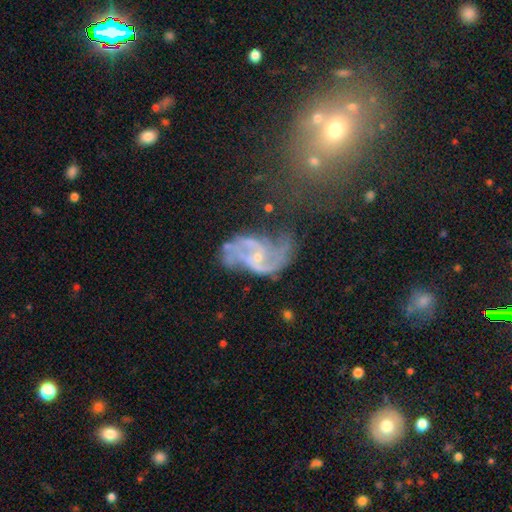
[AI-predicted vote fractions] Smooth or featured? Predicted: featured or disk (p=0.87). Edge-on disk? Predicted: no (p=0.98). Bar? Predicted: no (p=0.52). Spiral arms? Predicted: yes (p=0.94). Spiral winding? Predicted: medium (p=0.44). Spiral arm count? Predicted: 2 (p=0.70). Bulge size? Predicted: small (p=0.74). Merging? Predicted: none (p=0.43).